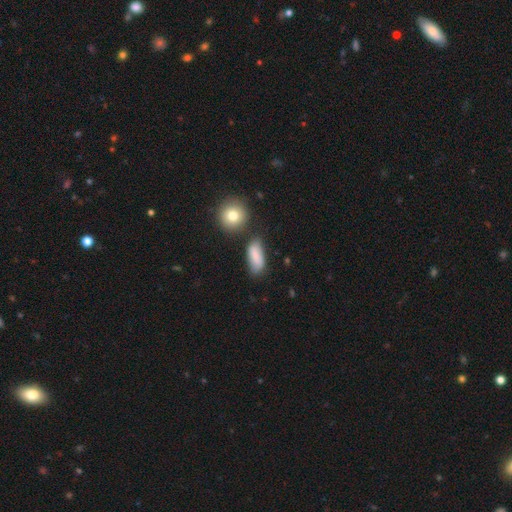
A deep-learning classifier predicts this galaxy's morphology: smooth 79%, featured or disk 13%, star or artifact 8%. Down the decision tree: how rounded — in between (81%); merging — none (62%).